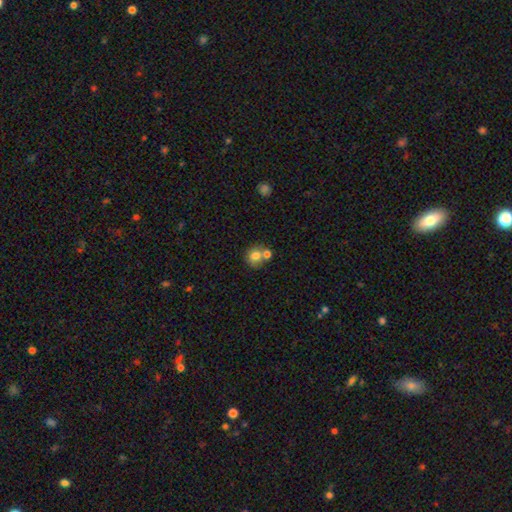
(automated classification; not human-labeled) Smooth or featured? smooth (77%)
How rounded? round (84%)
Merging? none (51%)